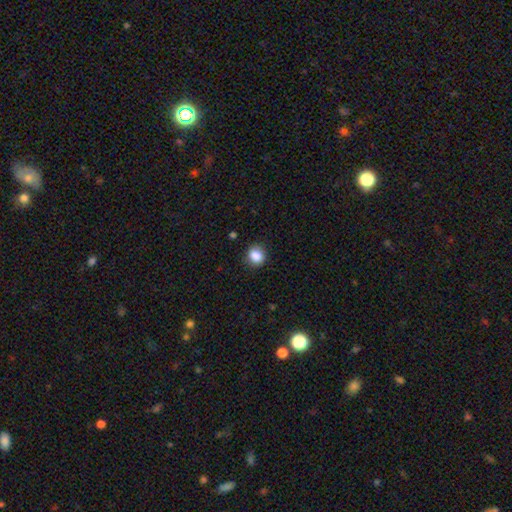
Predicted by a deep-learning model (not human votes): The model was most divided on "how rounded": round: 74%, in between: 25%, cigar-shaped: 1%. More confident: merging — none (87%); smooth or featured — smooth (86%).